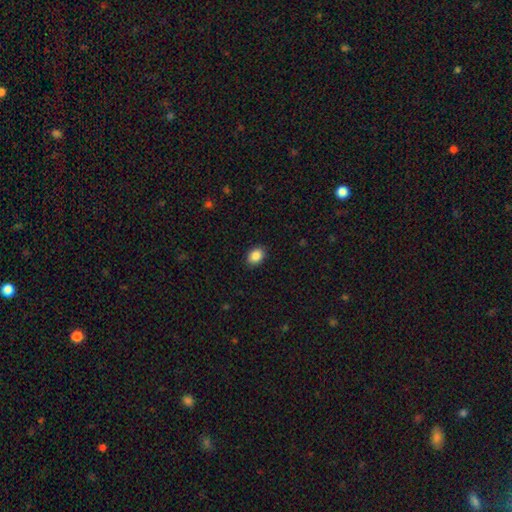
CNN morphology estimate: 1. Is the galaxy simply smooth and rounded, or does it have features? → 88% smooth, 8% star or artifact, 4% featured or disk.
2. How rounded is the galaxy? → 70% in between, 29% round, 1% cigar-shaped.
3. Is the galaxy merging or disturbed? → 90% none, 7% minor disturbance, 2% major disturbance, 1% merger.